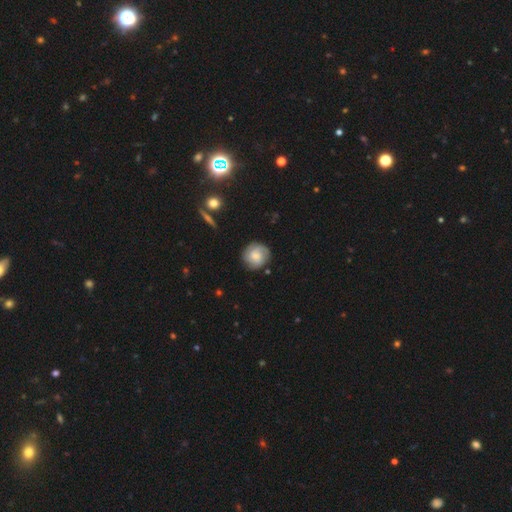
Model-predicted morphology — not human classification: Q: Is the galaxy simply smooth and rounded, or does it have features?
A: featured or disk — 47%.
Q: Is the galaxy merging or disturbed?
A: none — 78%.